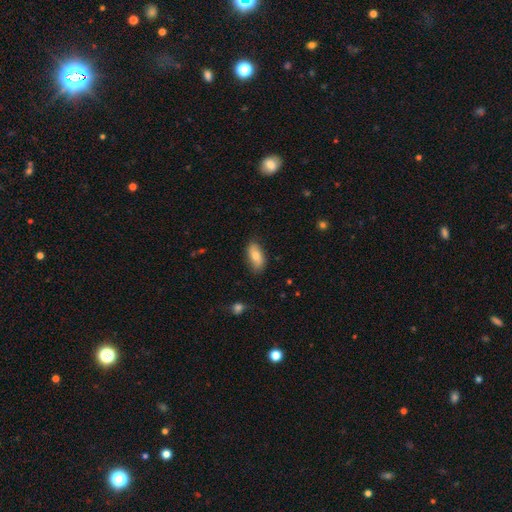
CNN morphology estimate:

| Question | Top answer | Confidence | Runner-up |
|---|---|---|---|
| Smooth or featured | smooth | 73% | featured or disk (20%) |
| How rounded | in between | 89% | cigar-shaped (8%) |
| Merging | none | 79% | minor disturbance (17%) |